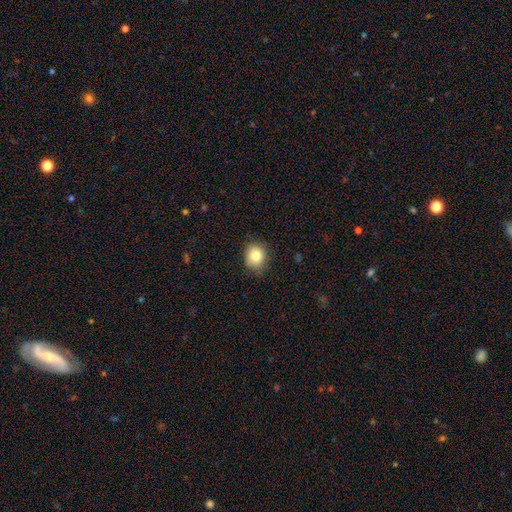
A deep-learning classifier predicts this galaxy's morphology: smooth-or-featured: smooth: 85% | star or artifact: 9% | featured or disk: 6%
  how-rounded: round: 61% | in between: 39% | cigar-shaped: 1%
  merging: none: 75% | minor disturbance: 20% | major disturbance: 4% | merger: 1%